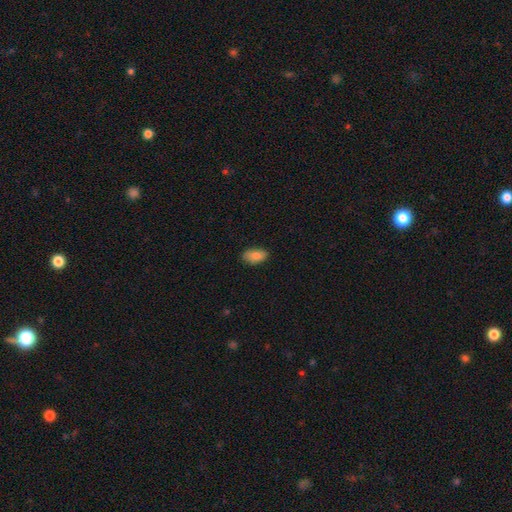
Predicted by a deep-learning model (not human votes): Q: Smooth or featured?
A: smooth (83%); runner-up: featured or disk (10%)
Q: How rounded?
A: in between (92%); runner-up: round (6%)
Q: Merging?
A: none (85%); runner-up: minor disturbance (12%)